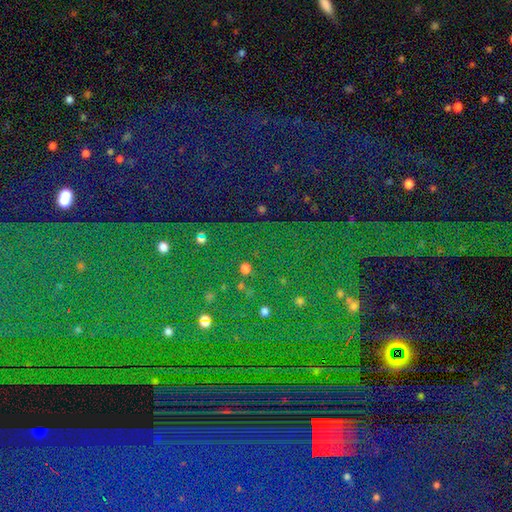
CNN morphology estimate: This appears to be a star or artifact, not a galaxy (83%).